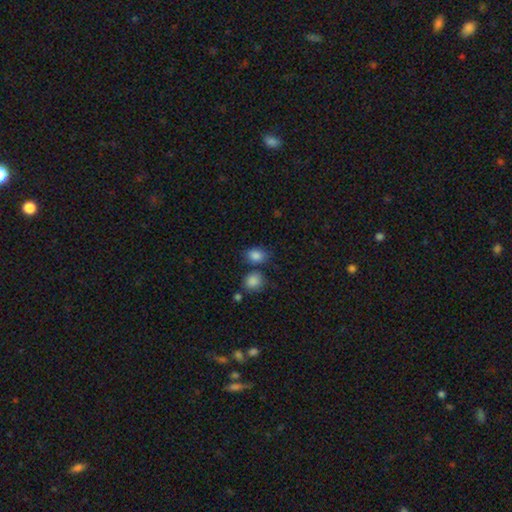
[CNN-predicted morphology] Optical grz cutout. It shows a smooth galaxy with no disk features (85%) that is in between round and cigar-shaped (62%). Merging: none (66%).